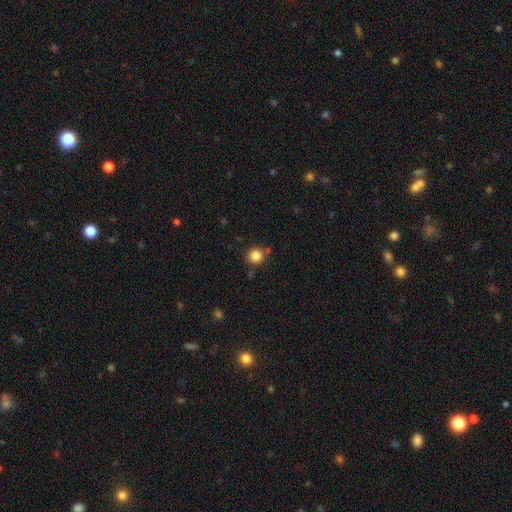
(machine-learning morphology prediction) Smooth or featured?
  - smooth: 84% *
  - star or artifact: 11%
  - featured or disk: 4%
How rounded?
  - round: 93% *
  - in between: 6%
  - cigar-shaped: 1%
Merging?
  - none: 81% *
  - minor disturbance: 9%
  - merger: 6%
  - major disturbance: 3%